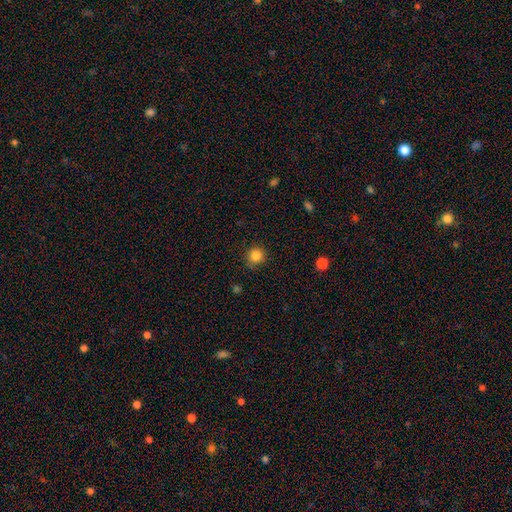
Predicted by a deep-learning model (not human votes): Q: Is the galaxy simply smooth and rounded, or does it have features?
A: smooth — 84%.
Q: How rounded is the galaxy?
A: round — 93%.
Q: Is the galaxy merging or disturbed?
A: none — 86%.